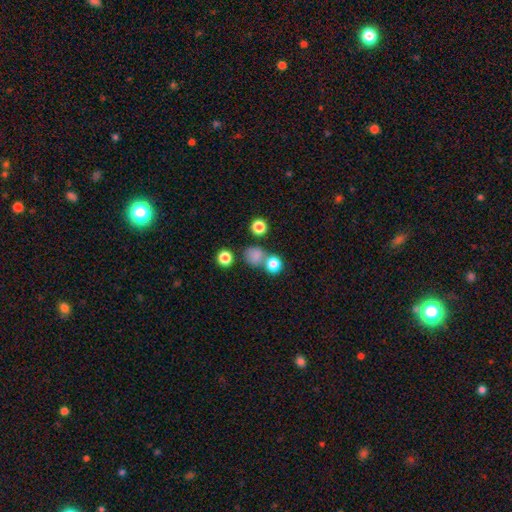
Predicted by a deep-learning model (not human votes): smooth_or_featured: smooth (p=0.77) [alt: star or artifact p=0.16]
how_rounded: round (p=0.80) [alt: in between p=0.19]
merging: none (p=0.60) [alt: merger p=0.25]